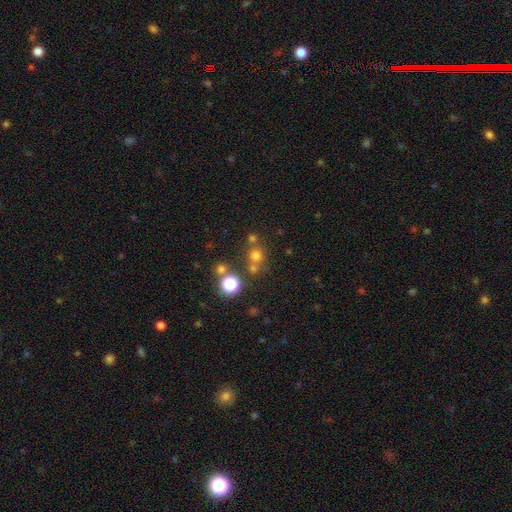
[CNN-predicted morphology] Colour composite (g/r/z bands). It shows a smooth galaxy with no disk features (66%) that is round (89%). Merging: none (66%).